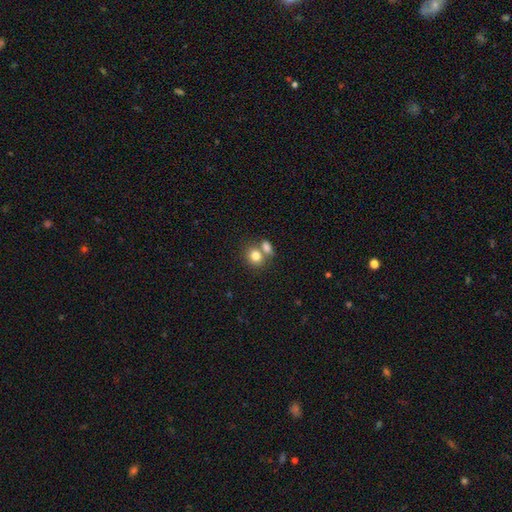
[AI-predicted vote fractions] The model was most divided on "merging" (2-way tie): merger: 44%, none: 44%, minor disturbance: 9%, major disturbance: 4%. More confident: smooth or featured — smooth (79%); how rounded — round (63%).